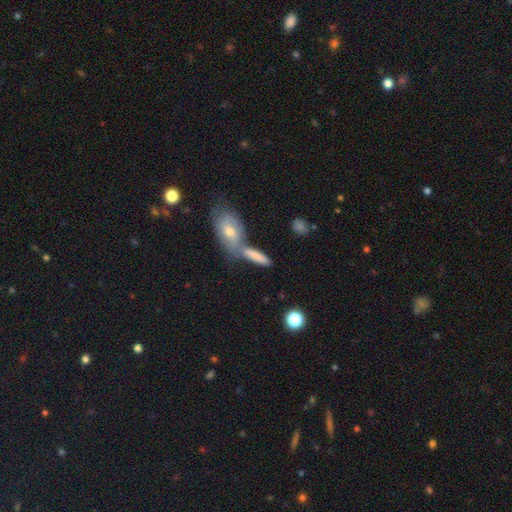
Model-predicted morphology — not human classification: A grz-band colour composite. It shows a smooth galaxy with no disk features (75%) that is cigar-shaped (50%). Merging: none (43%, tied with merger).